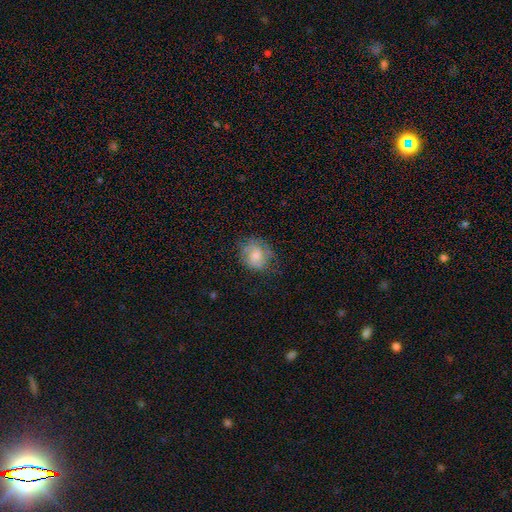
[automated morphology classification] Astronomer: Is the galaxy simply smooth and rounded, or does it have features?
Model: featured or disk — 53% (runner-up: smooth, 38%).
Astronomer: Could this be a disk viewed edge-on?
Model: no — 97%.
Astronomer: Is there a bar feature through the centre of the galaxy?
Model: no — 64%.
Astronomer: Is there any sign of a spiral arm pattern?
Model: yes — 85%.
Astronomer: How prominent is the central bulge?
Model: moderate — 39% (runner-up: small, 30%).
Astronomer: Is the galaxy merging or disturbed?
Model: none — 68%.